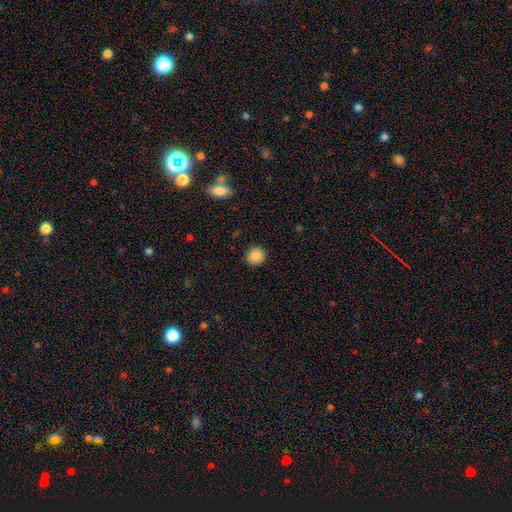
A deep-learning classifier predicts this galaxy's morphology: Smooth or featured? smooth (88%)
How rounded? round (91%)
Merging? none (91%)